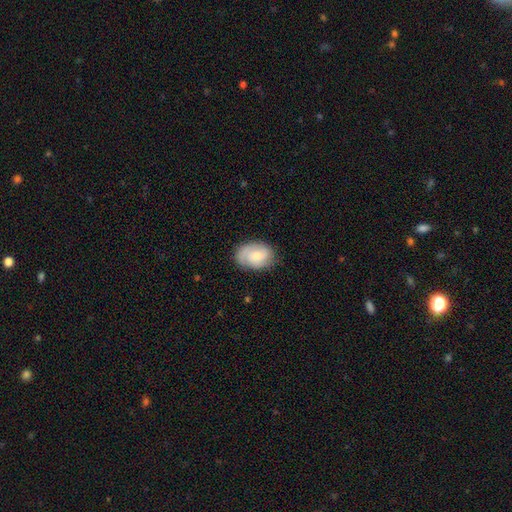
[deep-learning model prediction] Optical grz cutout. It shows a smooth galaxy with no disk features (50%) that is in between round and cigar-shaped (80%). Merging: none (72%).